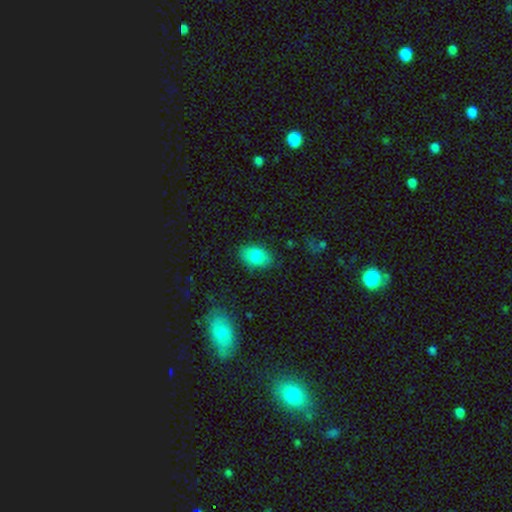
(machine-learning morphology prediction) smooth-or-featured: smooth: 83% | featured or disk: 9% | star or artifact: 8%
  how-rounded: in between: 88% | round: 11% | cigar-shaped: 1%
  merging: none: 82% | minor disturbance: 13% | major disturbance: 3% | merger: 1%